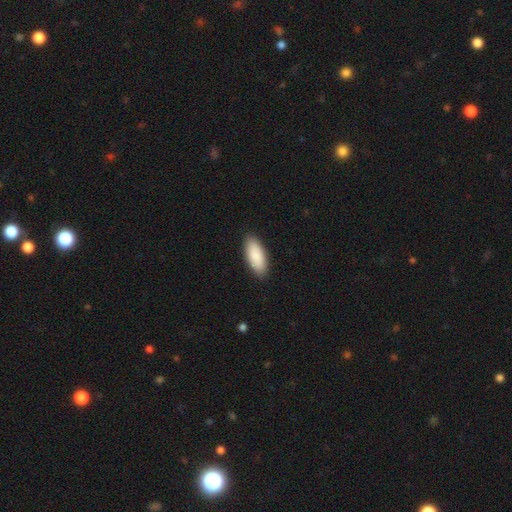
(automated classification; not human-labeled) This is clearly a smooth galaxy (89%). How rounded: clearly in between (83%). Merging: clearly none (89%).